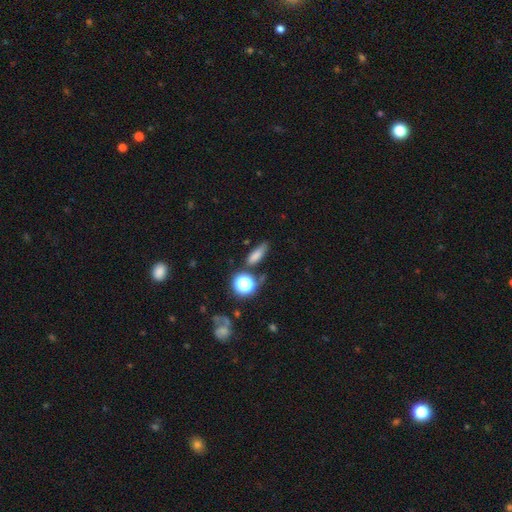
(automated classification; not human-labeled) Morphology: type=smooth (73%); roundness=in between (48%); merging=none (69%).